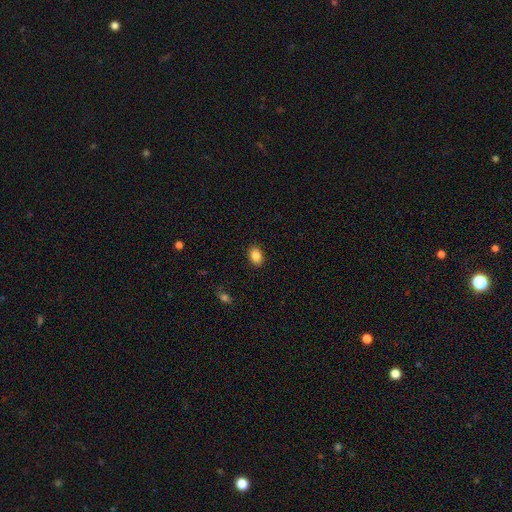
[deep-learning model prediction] Q: Smooth or featured?
A: smooth (86%); runner-up: star or artifact (9%)
Q: How rounded?
A: in between (77%); runner-up: round (22%)
Q: Merging?
A: none (89%); runner-up: minor disturbance (8%)